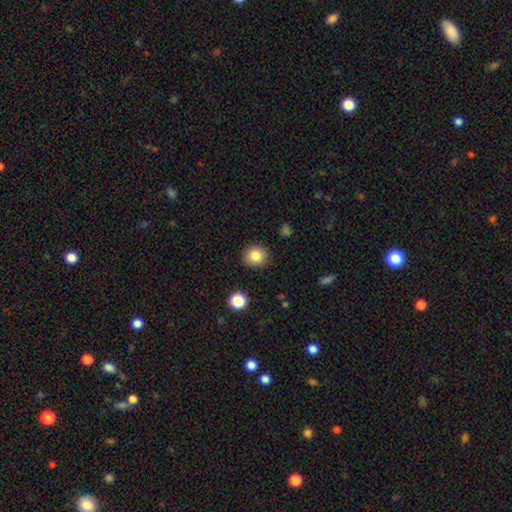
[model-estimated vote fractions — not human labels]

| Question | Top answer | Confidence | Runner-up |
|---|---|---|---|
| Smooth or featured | smooth | 83% | star or artifact (10%) |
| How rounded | round | 84% | in between (15%) |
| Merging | none | 89% | minor disturbance (7%) |